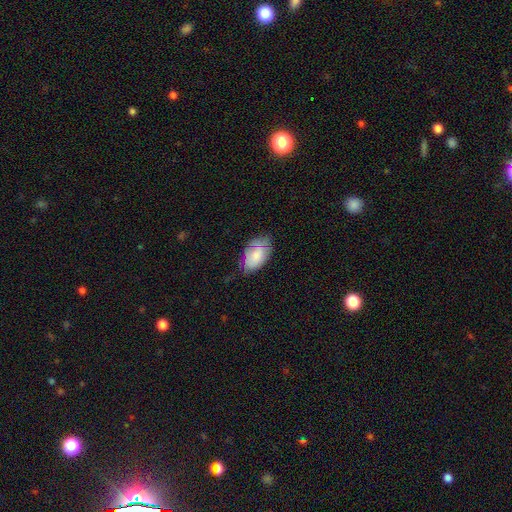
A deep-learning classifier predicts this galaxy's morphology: Smooth or featured? smooth (70%)
How rounded? in between (94%)
Merging? none (57%)